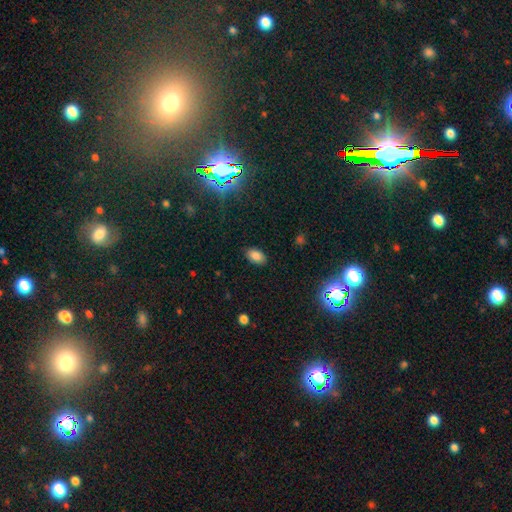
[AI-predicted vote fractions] smooth_or_featured: smooth (p=0.83) [alt: star or artifact p=0.12]
how_rounded: in between (p=0.91) [alt: round p=0.08]
merging: none (p=0.86) [alt: minor disturbance p=0.10]